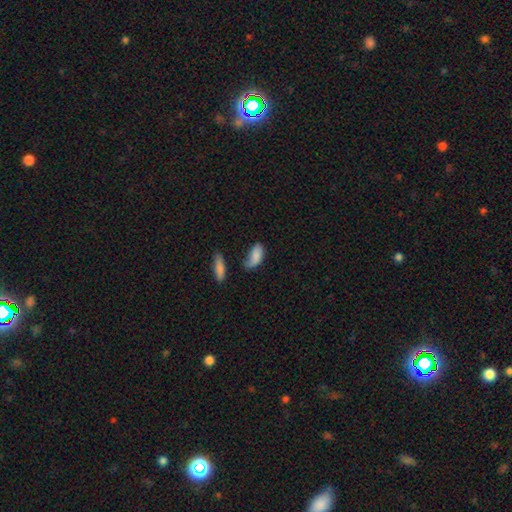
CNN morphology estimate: Overall: smooth (80%). How rounded: in between (88%). Merging: none (40%; minor disturbance 32%).